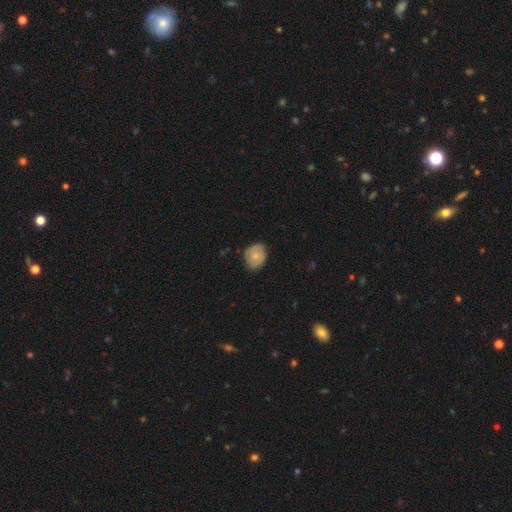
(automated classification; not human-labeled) This is possibly a smooth galaxy (58%). How rounded: possibly round (53%). Merging: likely none (74%).